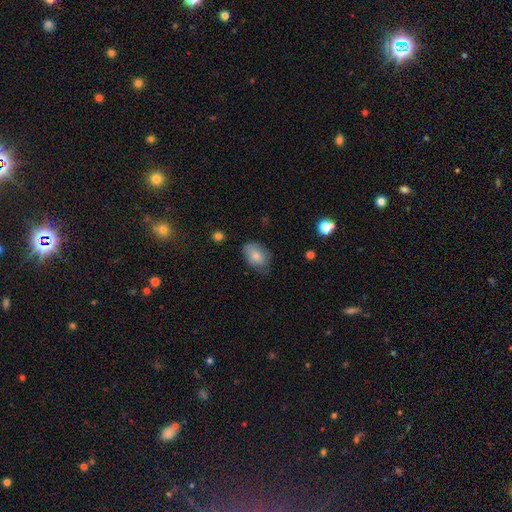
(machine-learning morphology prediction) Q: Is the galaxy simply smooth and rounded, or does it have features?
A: smooth — 78%.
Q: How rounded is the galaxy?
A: in between — 82%.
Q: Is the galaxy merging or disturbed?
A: none — 59%.